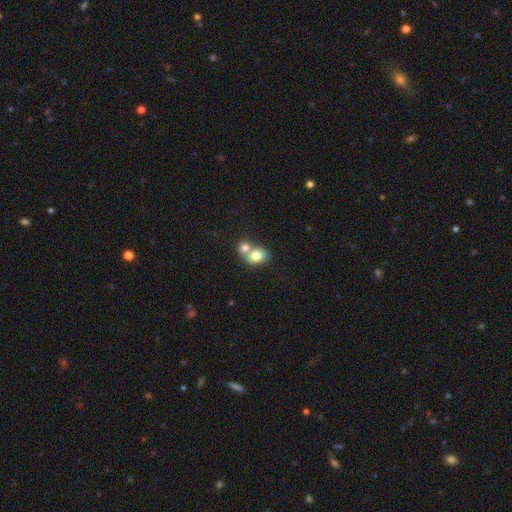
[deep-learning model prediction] A smooth galaxy with no disk features (76%) that is in between round and cigar-shaped (50%). Merging: merger (65%).